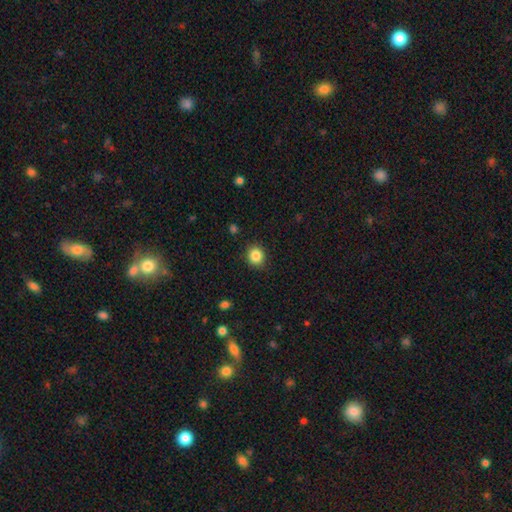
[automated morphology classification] smooth-or-featured: smooth: 86% | star or artifact: 10% | featured or disk: 4%
  how-rounded: round: 77% | in between: 22% | cigar-shaped: 1%
  merging: none: 89% | minor disturbance: 8% | major disturbance: 2% | merger: 1%